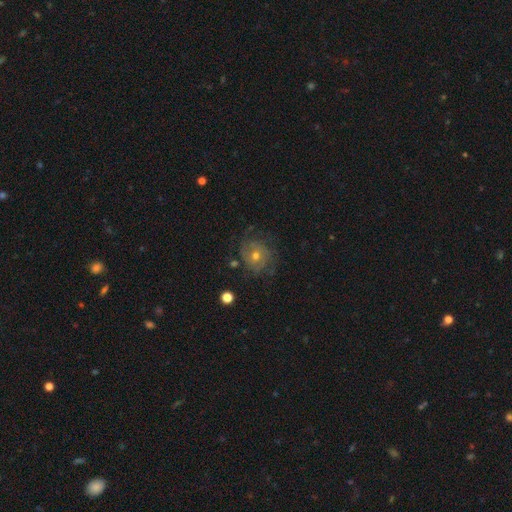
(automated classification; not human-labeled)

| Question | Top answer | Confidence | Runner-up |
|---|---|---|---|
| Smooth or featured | featured or disk | 54% | smooth (34%) |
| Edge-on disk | no | 97% | yes (3%) |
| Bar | no | 82% | weak (15%) |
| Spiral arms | yes | 72% | no (28%) |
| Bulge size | moderate | 56% | small (39%) |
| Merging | none | 66% | minor disturbance (20%) |